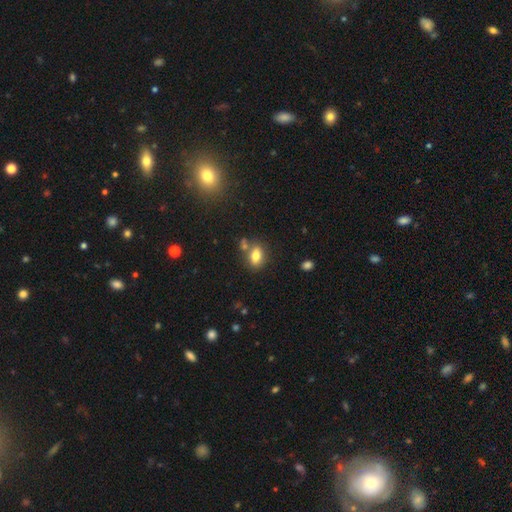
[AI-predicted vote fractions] Morphology: type=smooth (78%); roundness=in between (81%); merging=none (65%).